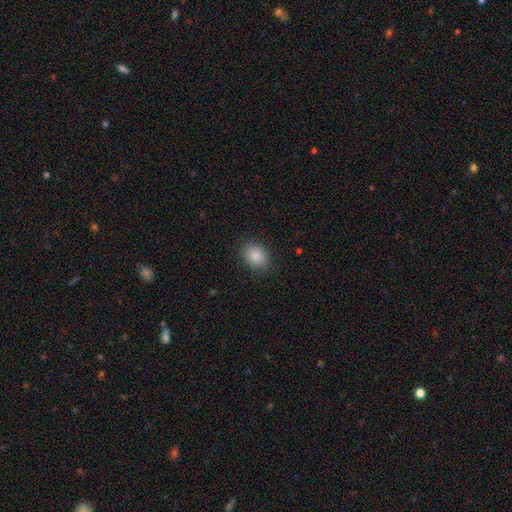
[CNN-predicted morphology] Smooth or featured?
  - smooth: 88% *
  - star or artifact: 8%
  - featured or disk: 4%
How rounded?
  - in between: 57% *
  - round: 42%
  - cigar-shaped: 1%
Merging?
  - none: 87% *
  - minor disturbance: 10%
  - major disturbance: 3%
  - merger: 1%